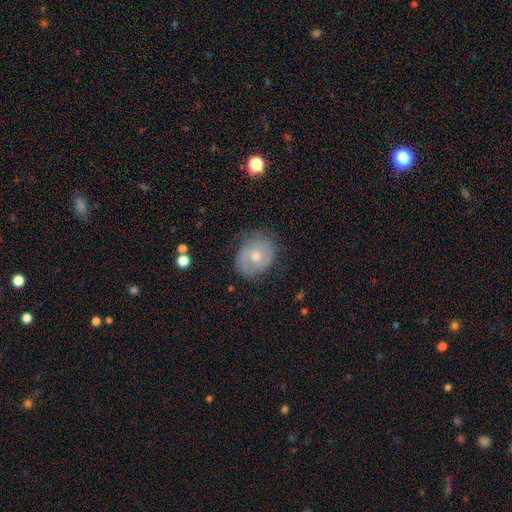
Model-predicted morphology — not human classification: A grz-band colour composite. It shows a featured or disk galaxy (59%) with no bar (75%), spiral arms (76%) and a moderate central bulge (70%). Merging: none (67%).